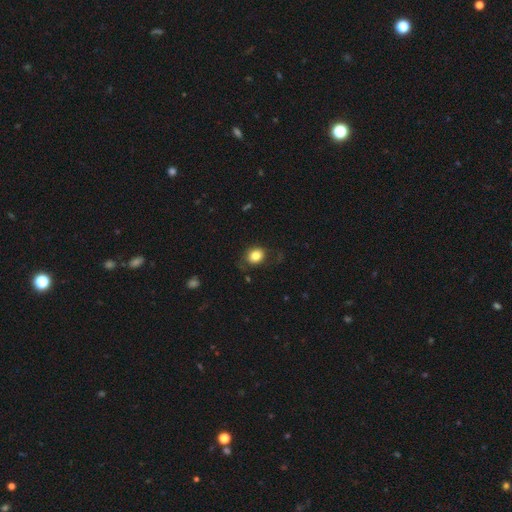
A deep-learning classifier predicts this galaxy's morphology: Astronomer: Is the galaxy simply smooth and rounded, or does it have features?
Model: smooth — 81%.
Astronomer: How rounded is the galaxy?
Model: round — 54% (runner-up: in between, 46%).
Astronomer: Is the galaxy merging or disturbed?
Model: none — 72%.